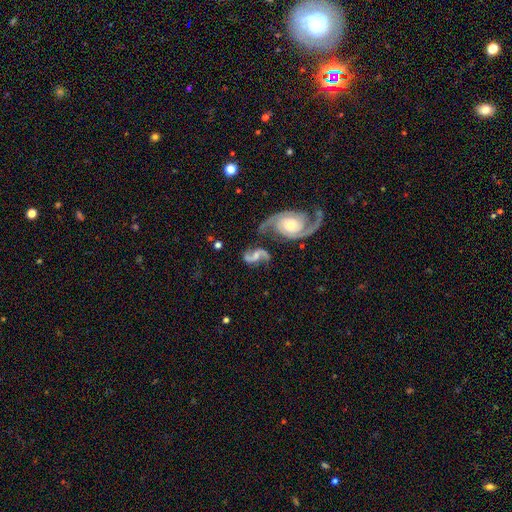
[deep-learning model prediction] Smooth or featured? featured or disk (85%)
Edge-on disk? no (97%)
Bar? weak (44%)
Spiral arms? yes (96%)
Spiral winding? loose (56%)
Spiral arm count? 2 (92%)
Bulge size? small (46%)
Merging? none (41%)